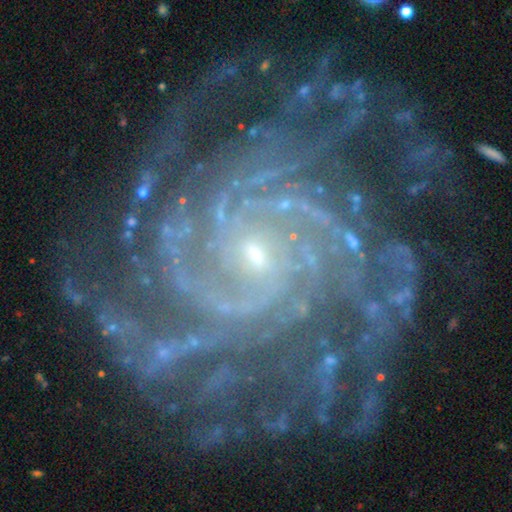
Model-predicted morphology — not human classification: smooth-or-featured: featured or disk: 92% | star or artifact: 5% | smooth: 2%
  disk-edge-on: no: 98% | yes: 2%
    bar: no: 60% | weak: 27% | strong: 12%
    has-spiral-arms: yes: 99% | no: 1%
      spiral-winding: tight: 68% | medium: 27% | loose: 5%
      spiral-arm-count: more than 4: 28% | 4: 21% | can't tell: 15% | 3: 14% | 2: 12% | 1: 10%
    bulge-size: small: 79% | moderate: 17% | none: 2% | large: 1% | dominant: 1%
  merging: none: 73% | minor disturbance: 15% | major disturbance: 10% | merger: 2%